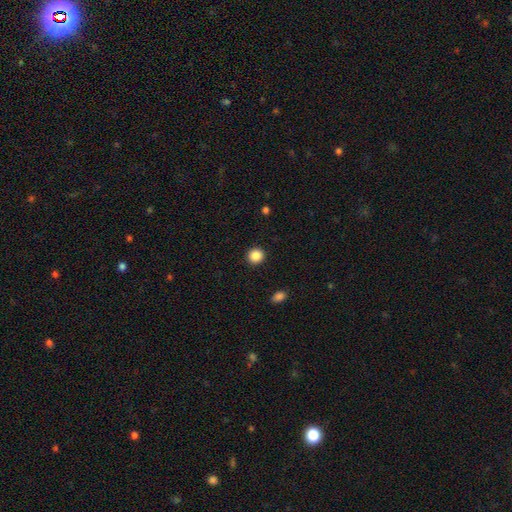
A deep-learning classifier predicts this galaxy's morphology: Overall: smooth (87%). How rounded: round (92%). Merging: none (92%).